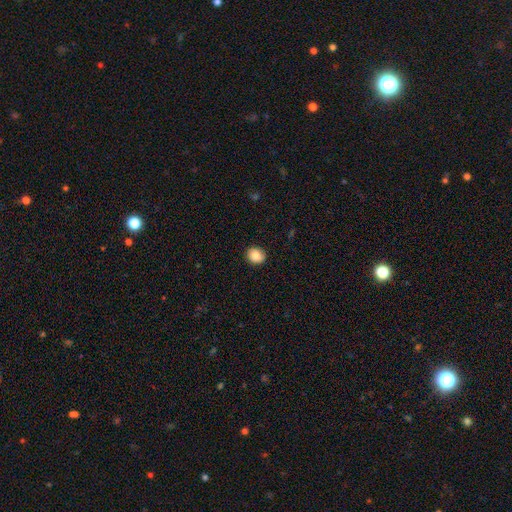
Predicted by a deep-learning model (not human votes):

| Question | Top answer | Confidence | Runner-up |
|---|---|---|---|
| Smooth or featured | smooth | 87% | star or artifact (8%) |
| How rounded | round | 75% | in between (24%) |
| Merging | none | 88% | minor disturbance (9%) |